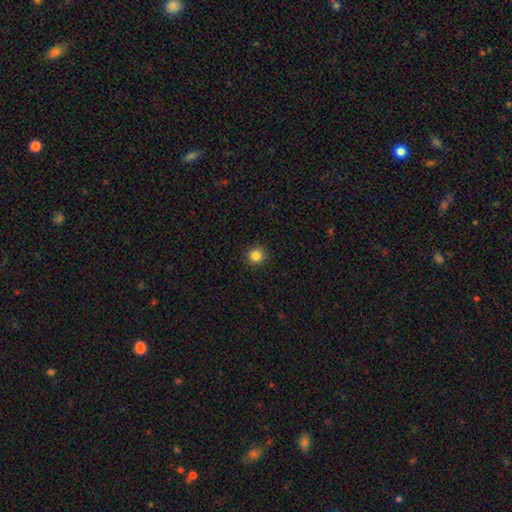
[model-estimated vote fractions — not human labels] smooth_or_featured: smooth (p=0.84) [alt: star or artifact p=0.12]
how_rounded: round (p=0.94) [alt: in between p=0.05]
merging: none (p=0.92) [alt: minor disturbance p=0.05]